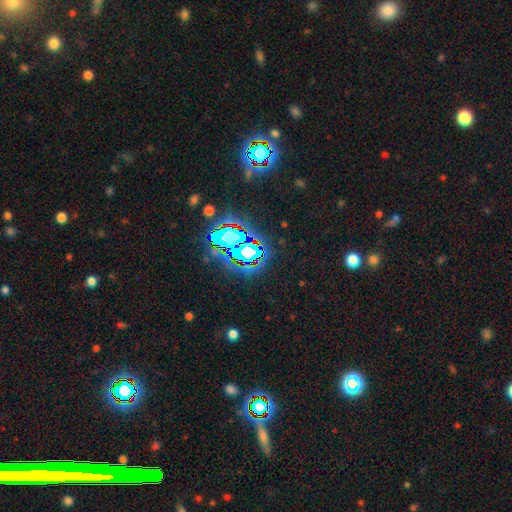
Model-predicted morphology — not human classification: Smooth or featured? star or artifact (74%)